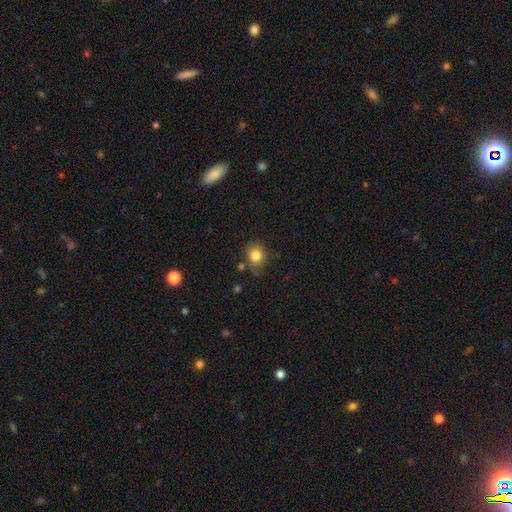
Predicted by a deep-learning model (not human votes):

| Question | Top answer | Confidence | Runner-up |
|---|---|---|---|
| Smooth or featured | smooth | 83% | star or artifact (11%) |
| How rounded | round | 70% | in between (29%) |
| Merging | none | 74% | minor disturbance (16%) |